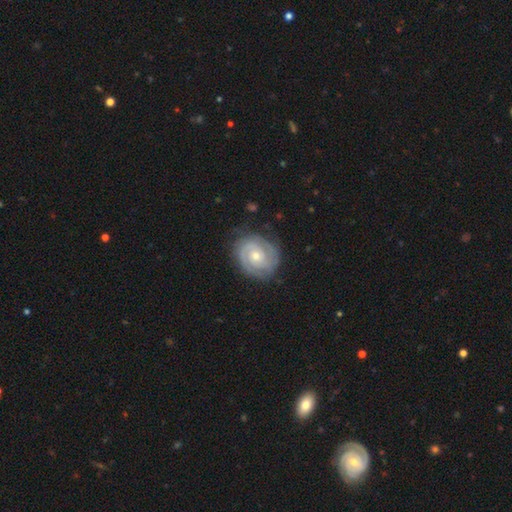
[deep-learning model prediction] Smooth or featured: featured or disk — 86% (smooth — 10%)
Edge-on disk: no — 98% (yes — 2%)
Bar: no — 69% (weak — 26%)
Spiral arms: yes — 96% (no — 4%)
Spiral winding: tight — 75% (medium — 21%)
Spiral arm count: 2 — 63% (can't tell — 14%)
Bulge size: small — 49% (moderate — 47%)
Merging: none — 80% (minor disturbance — 14%)